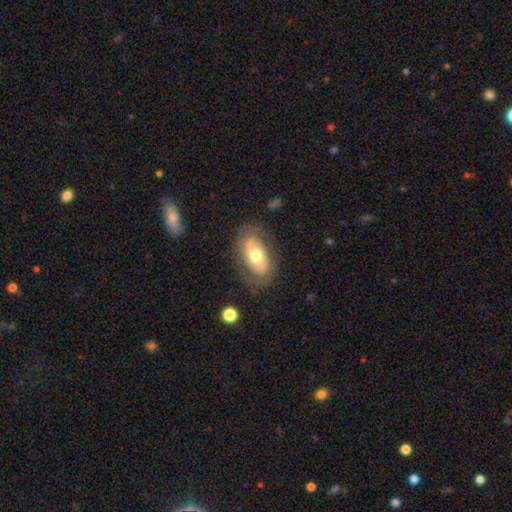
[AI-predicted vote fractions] A featured or disk galaxy (50%).

Vote fractions:
- Smooth or featured? featured or disk: 50% / smooth: 43% / star or artifact: 6%
- Edge-on disk? no: 91% / yes: 9%
- Merging? none: 73% / minor disturbance: 17% / major disturbance: 8% / merger: 2%